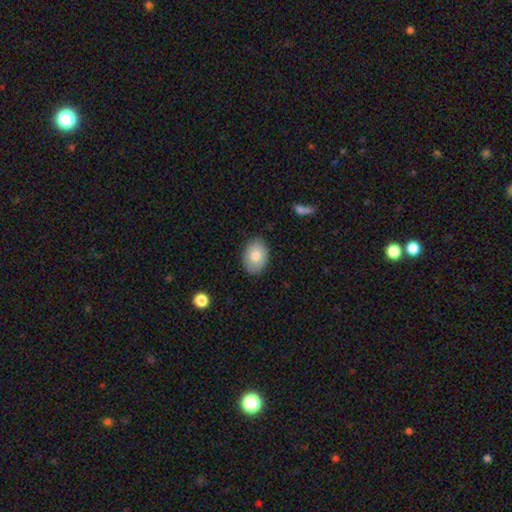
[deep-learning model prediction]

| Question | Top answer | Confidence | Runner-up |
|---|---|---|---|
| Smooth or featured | smooth | 79% | featured or disk (14%) |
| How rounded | in between | 80% | round (19%) |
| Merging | none | 85% | minor disturbance (12%) |